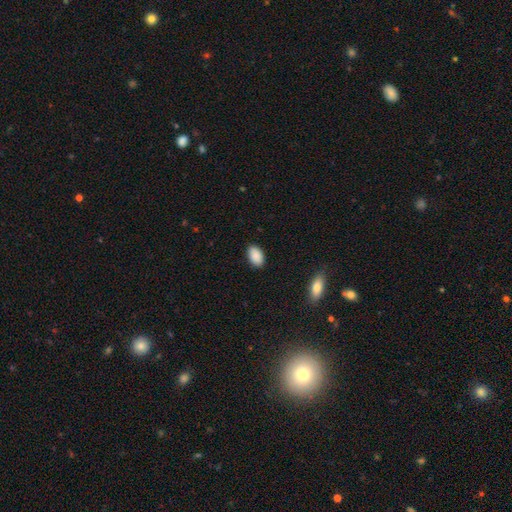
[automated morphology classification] Smooth or featured: smooth — 90% (star or artifact — 7%)
How rounded: in between — 92% (round — 6%)
Merging: none — 87% (minor disturbance — 10%)